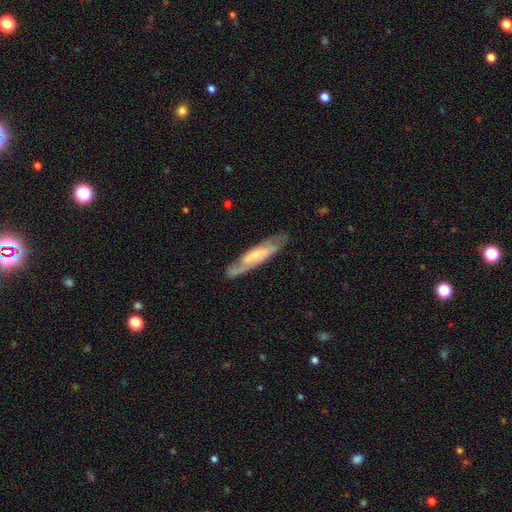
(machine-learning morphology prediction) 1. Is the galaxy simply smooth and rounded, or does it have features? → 63% featured or disk, 32% smooth, 6% star or artifact.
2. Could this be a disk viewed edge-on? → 62% no, 38% yes.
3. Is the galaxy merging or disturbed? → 74% none, 18% minor disturbance, 6% major disturbance, 2% merger.